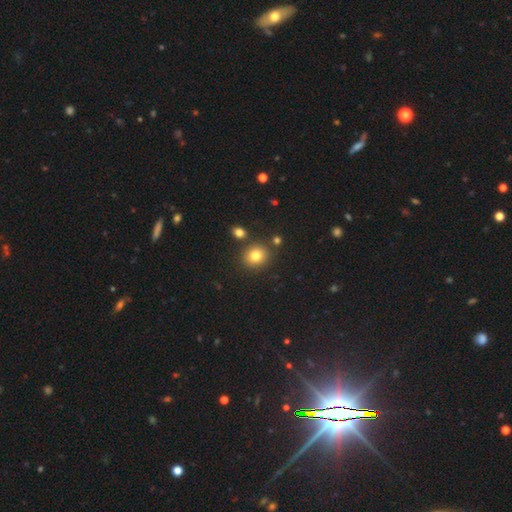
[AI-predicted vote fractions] Q: Smooth or featured?
A: smooth (80%); runner-up: star or artifact (13%)
Q: How rounded?
A: round (77%); runner-up: in between (23%)
Q: Merging?
A: none (82%); runner-up: minor disturbance (8%)